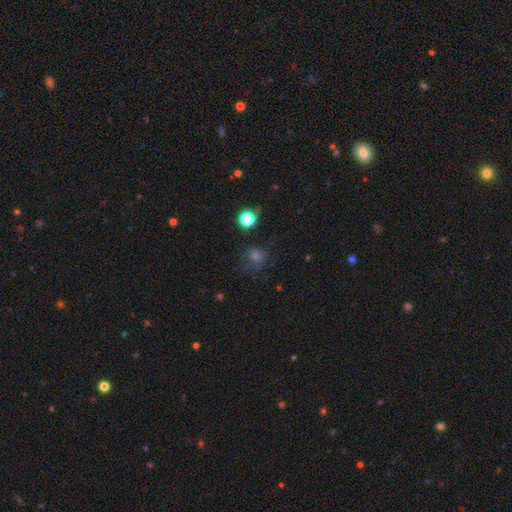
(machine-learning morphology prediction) Q: Smooth or featured?
A: smooth (54%); runner-up: star or artifact (31%)
Q: How rounded?
A: round (80%); runner-up: in between (19%)
Q: Merging?
A: none (64%); runner-up: minor disturbance (17%)